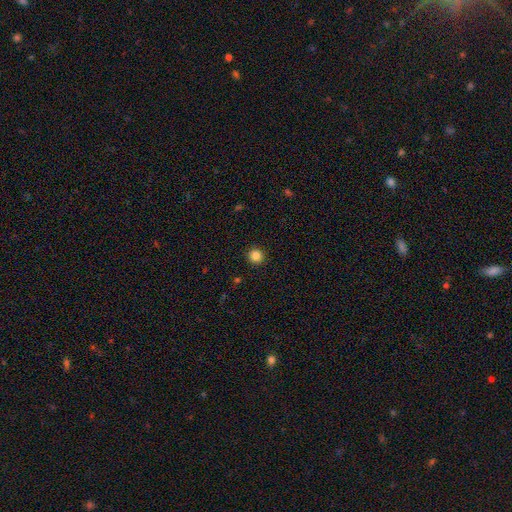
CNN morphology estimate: Q: Smooth or featured?
A: smooth (84%); runner-up: star or artifact (11%)
Q: How rounded?
A: round (93%); runner-up: in between (6%)
Q: Merging?
A: none (93%); runner-up: minor disturbance (5%)